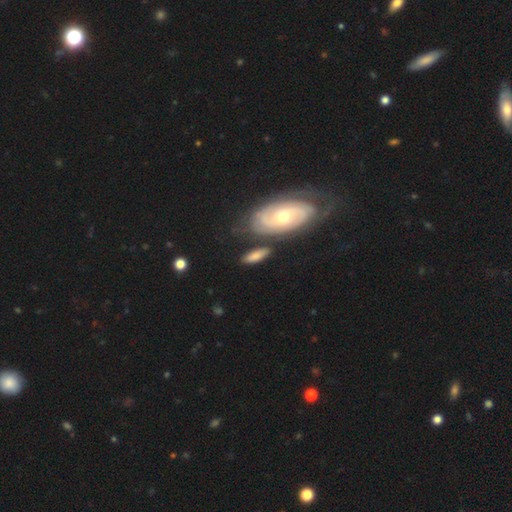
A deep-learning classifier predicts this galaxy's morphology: smooth-or-featured: smooth: 62% | featured or disk: 31% | star or artifact: 7%
  how-rounded: in between: 69% | cigar-shaped: 27% | round: 5%
  merging: none: 65% | minor disturbance: 17% | merger: 12% | major disturbance: 6%